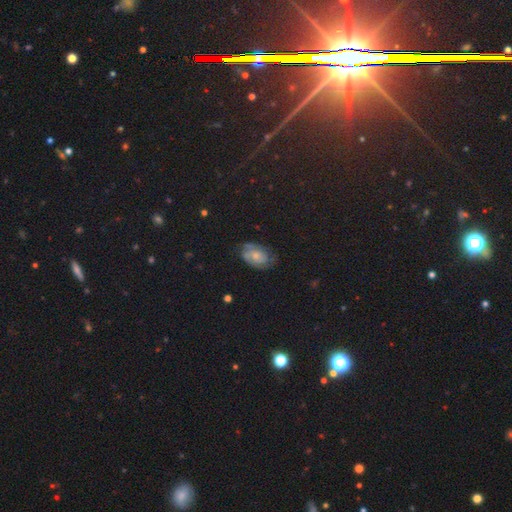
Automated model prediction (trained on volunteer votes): A featured or disk galaxy (60%) with no bar (74%), spiral arms (84%) and a small central bulge (55%). Merging: none (65%).